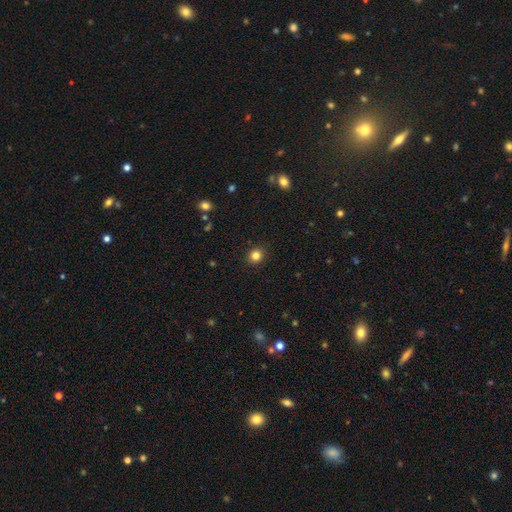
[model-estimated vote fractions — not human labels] Smooth or featured?
  - smooth: 83% *
  - star or artifact: 12%
  - featured or disk: 5%
How rounded?
  - round: 85% *
  - in between: 14%
  - cigar-shaped: 1%
Merging?
  - none: 91% *
  - minor disturbance: 6%
  - major disturbance: 2%
  - merger: 1%